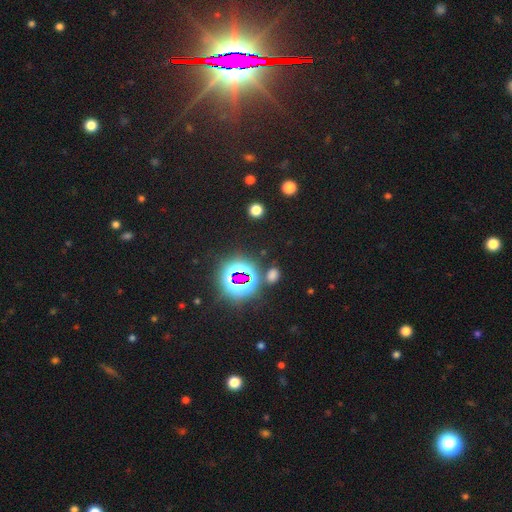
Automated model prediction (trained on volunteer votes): Morphology: type=star or artifact (81%).